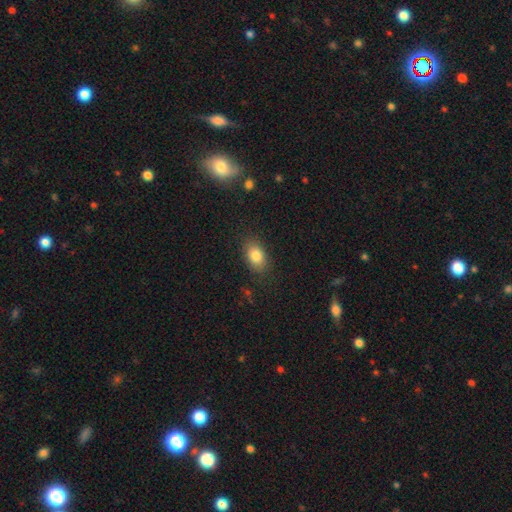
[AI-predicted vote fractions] The model was most divided on "how rounded": in between: 85%, round: 13%, cigar-shaped: 2%. More confident: merging — none (85%); smooth or featured — smooth (83%).